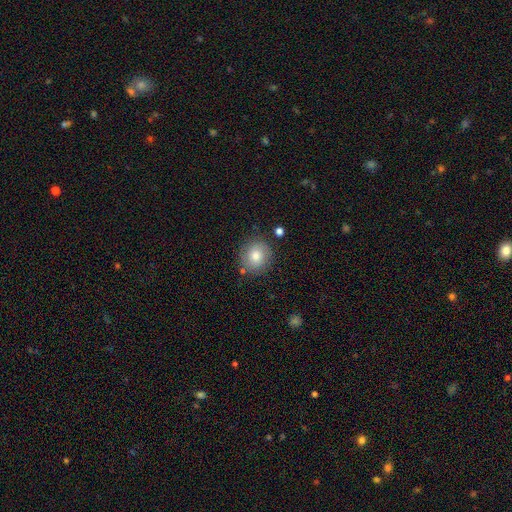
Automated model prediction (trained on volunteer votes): This is likely a smooth galaxy (74%). How rounded: clearly round (86%). Merging: clearly none (82%).